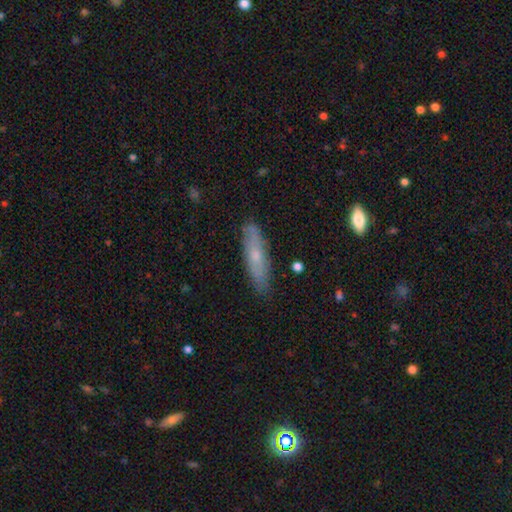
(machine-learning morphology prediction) The model was most divided on "smooth or featured": smooth: 52%, featured or disk: 40%, star or artifact: 7%. More confident: merging — none (82%); how rounded — cigar-shaped (71%).